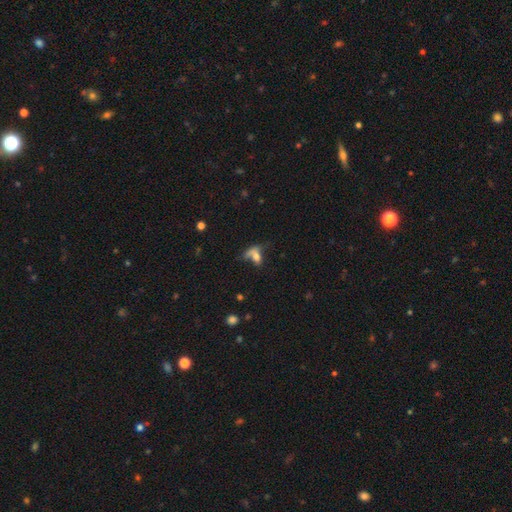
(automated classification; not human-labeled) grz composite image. It shows a smooth galaxy with no disk features (61%) that is in between round and cigar-shaped (68%). Merging: merger (31%).